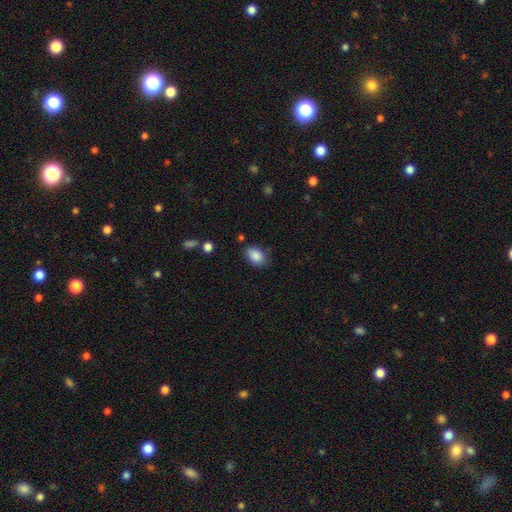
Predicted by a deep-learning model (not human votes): smooth 87%, star or artifact 8%, featured or disk 5%. Down the decision tree: how rounded — in between (80%); merging — none (72%).